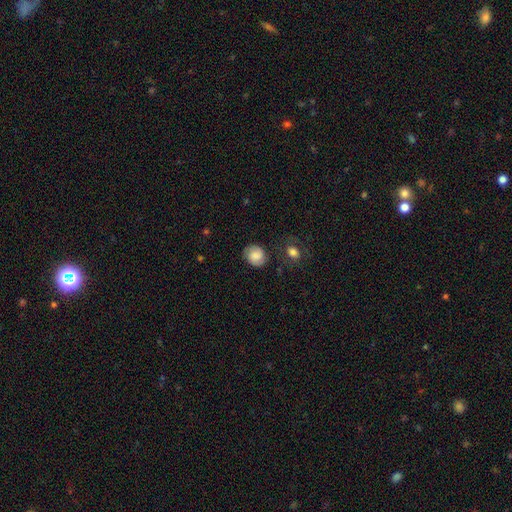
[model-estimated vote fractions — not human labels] A smooth galaxy with no disk features (68%) that is round (65%).

Vote fractions:
- Smooth or featured? smooth: 68% / featured or disk: 23% / star or artifact: 9%
- How rounded? round: 65% / in between: 34% / cigar-shaped: 1%
- Merging? none: 75% / minor disturbance: 16% / major disturbance: 5% / merger: 3%